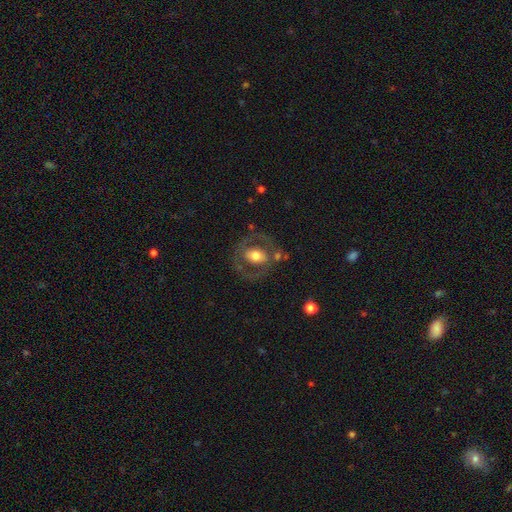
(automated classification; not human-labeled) smooth_or_featured: featured or disk (p=0.53) [alt: smooth p=0.40]
disk_edge_on: no (p=0.94) [alt: yes p=0.06]
merging: none (p=0.67) [alt: minor disturbance p=0.16]